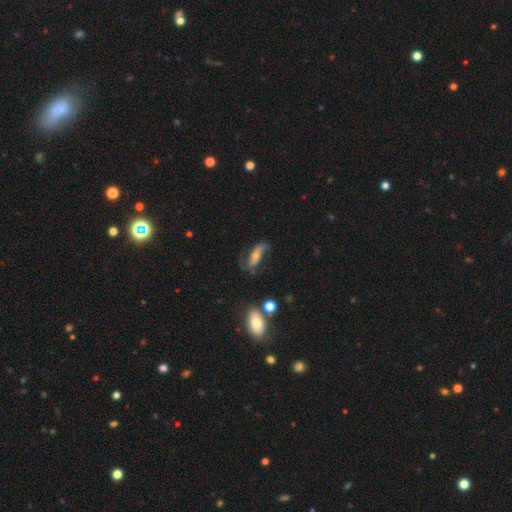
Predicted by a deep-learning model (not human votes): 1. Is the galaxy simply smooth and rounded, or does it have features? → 64% featured or disk, 27% smooth, 9% star or artifact.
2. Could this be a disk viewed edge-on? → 85% no, 15% yes.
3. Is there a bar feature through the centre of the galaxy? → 40% no, 31% strong, 29% weak.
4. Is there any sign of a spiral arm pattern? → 87% yes, 13% no.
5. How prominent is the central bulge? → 47% small, 41% moderate, 6% large, 5% none, 2% dominant.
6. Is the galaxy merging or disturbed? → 54% none, 23% minor disturbance, 19% major disturbance, 4% merger.